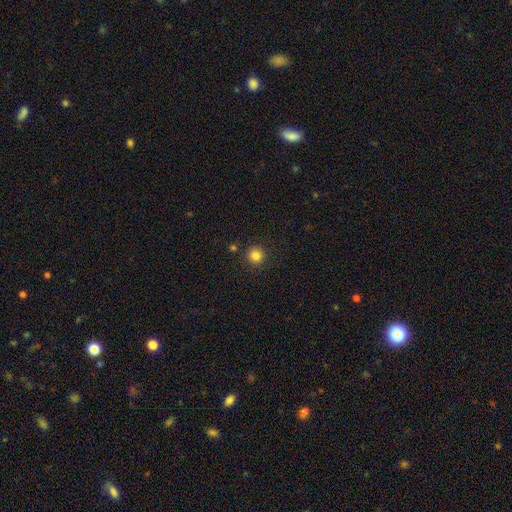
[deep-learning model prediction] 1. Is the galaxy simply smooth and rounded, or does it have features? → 83% smooth, 12% star or artifact, 5% featured or disk.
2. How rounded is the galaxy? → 95% round, 4% in between, 1% cigar-shaped.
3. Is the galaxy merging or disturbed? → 89% none, 6% minor disturbance, 3% merger, 2% major disturbance.